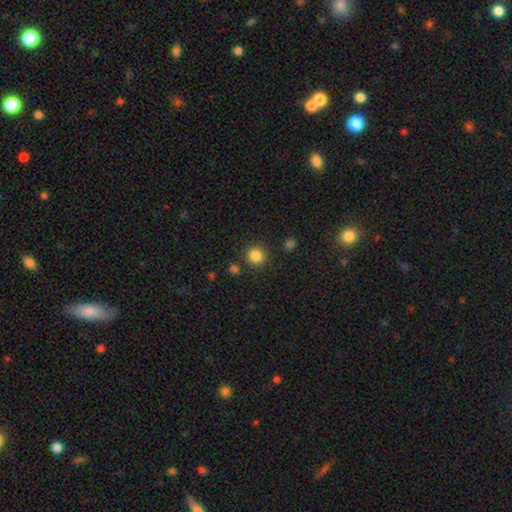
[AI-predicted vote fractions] smooth 85%, star or artifact 11%, featured or disk 4%. Down the decision tree: how rounded — round (90%); merging — none (86%).